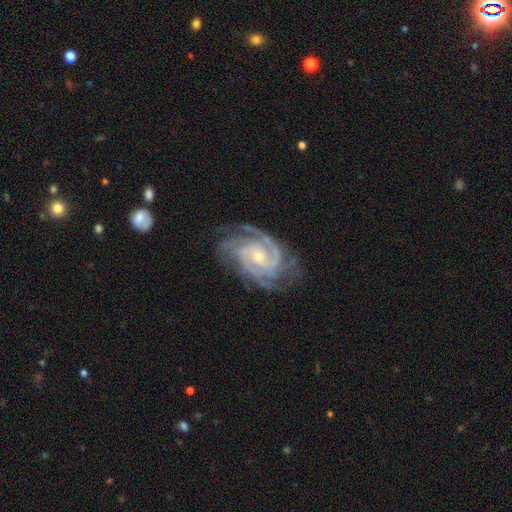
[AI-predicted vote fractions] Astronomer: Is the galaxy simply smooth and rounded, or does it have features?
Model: featured or disk — 91%.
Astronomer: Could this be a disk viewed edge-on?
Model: no — 97%.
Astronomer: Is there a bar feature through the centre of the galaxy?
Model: no — 60%.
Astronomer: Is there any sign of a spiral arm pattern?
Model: yes — 98%.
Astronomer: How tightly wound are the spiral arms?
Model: tight — 68%.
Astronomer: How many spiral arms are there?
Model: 3 — 32% (runner-up: 2, 24%).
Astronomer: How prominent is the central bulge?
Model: small — 62%.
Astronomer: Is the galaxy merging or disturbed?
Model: none — 73%.